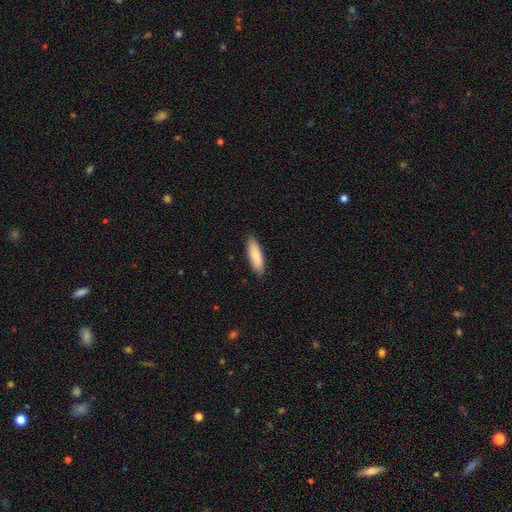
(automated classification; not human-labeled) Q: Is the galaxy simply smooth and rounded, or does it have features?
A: smooth — 87%.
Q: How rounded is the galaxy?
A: cigar-shaped — 54%.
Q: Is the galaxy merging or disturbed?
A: none — 87%.